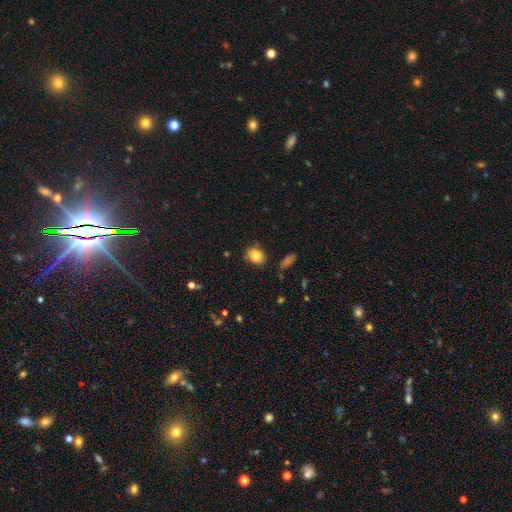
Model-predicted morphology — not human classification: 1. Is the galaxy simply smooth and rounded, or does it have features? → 83% smooth, 9% star or artifact, 7% featured or disk.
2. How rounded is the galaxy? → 57% in between, 42% round, 1% cigar-shaped.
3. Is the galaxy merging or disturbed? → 82% none, 12% minor disturbance, 3% merger, 3% major disturbance.